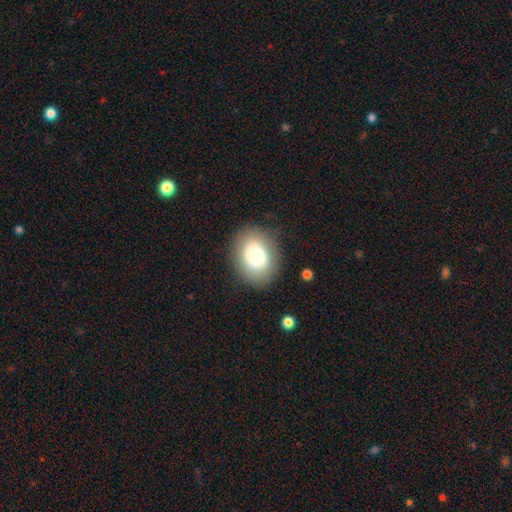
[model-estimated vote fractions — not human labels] Smooth or featured? Predicted: smooth (p=0.76). How rounded? Predicted: in between (p=0.53). Merging? Predicted: none (p=0.82).